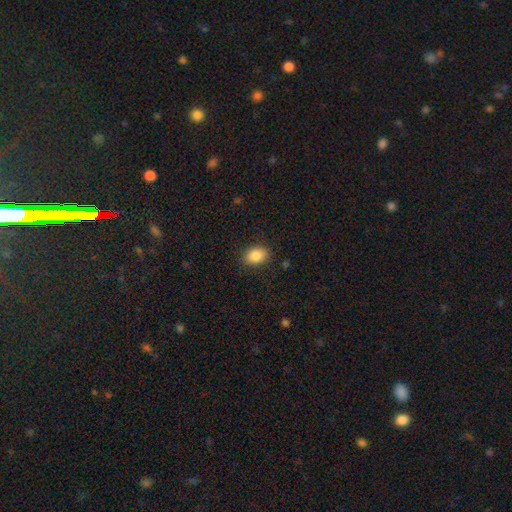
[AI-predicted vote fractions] smooth-or-featured: smooth: 87% | star or artifact: 8% | featured or disk: 5%
  how-rounded: in between: 78% | round: 21% | cigar-shaped: 1%
  merging: none: 86% | minor disturbance: 10% | major disturbance: 3% | merger: 1%